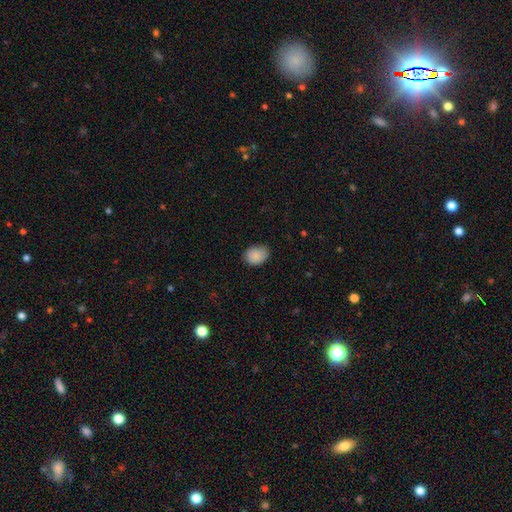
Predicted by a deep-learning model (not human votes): smooth_or_featured: smooth (p=0.89) [alt: star or artifact p=0.07]
how_rounded: in between (p=0.64) [alt: round p=0.35]
merging: none (p=0.77) [alt: minor disturbance p=0.19]